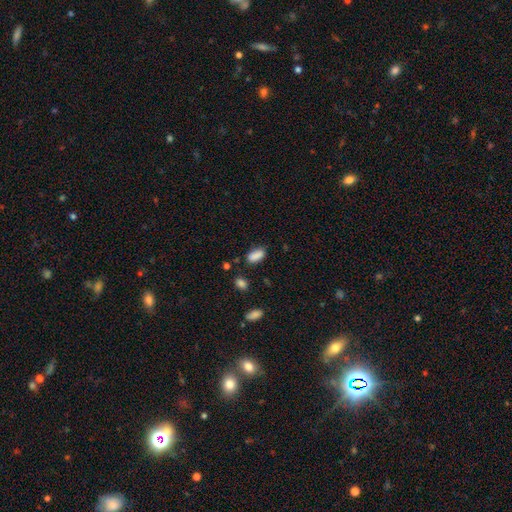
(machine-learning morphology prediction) Overall: smooth (87%). How rounded: in between (88%). Merging: none (75%).